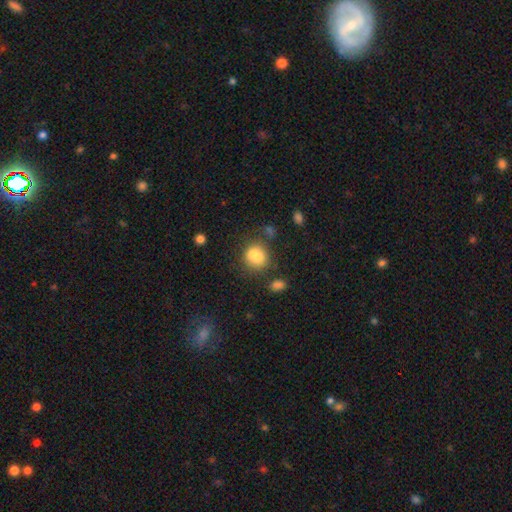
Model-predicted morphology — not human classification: The model was most divided on "merging": none: 49%, merger: 28%, minor disturbance: 16%, major disturbance: 7%. More confident: smooth or featured — smooth (76%); how rounded — round (69%).